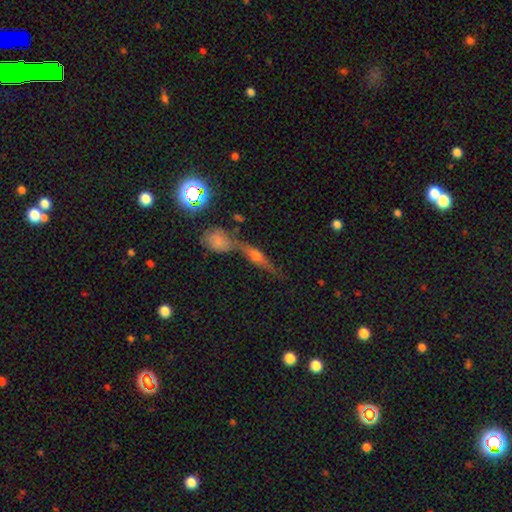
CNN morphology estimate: Q: Smooth or featured?
A: featured or disk (56%); runner-up: smooth (27%)
Q: Edge-on disk?
A: yes (84%); runner-up: no (16%)
Q: Merging?
A: none (49%); runner-up: merger (35%)